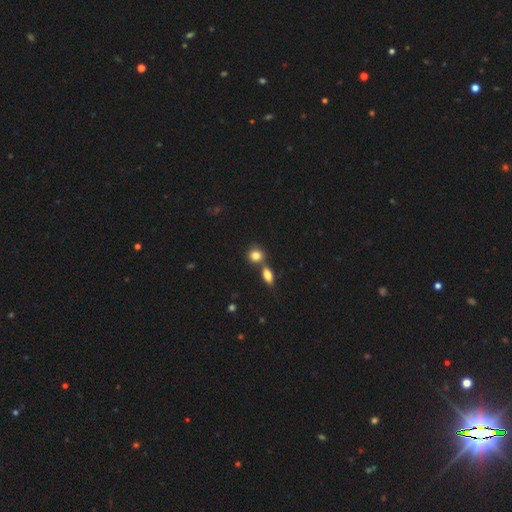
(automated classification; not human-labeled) Q: Smooth or featured?
A: smooth (82%); runner-up: star or artifact (10%)
Q: How rounded?
A: round (73%); runner-up: in between (25%)
Q: Merging?
A: none (58%); runner-up: merger (30%)